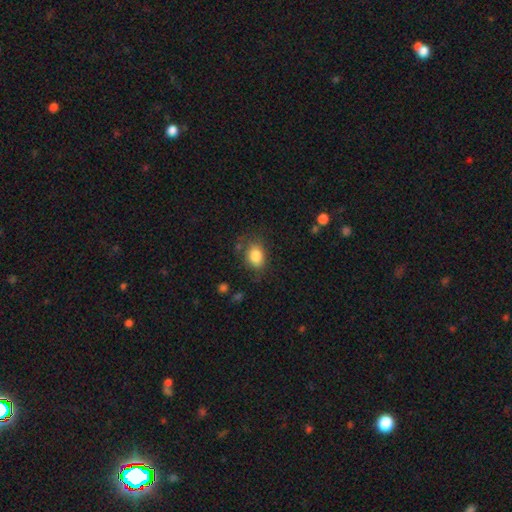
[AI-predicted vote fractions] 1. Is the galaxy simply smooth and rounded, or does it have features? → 84% smooth, 9% star or artifact, 8% featured or disk.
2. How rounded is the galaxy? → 66% in between, 33% round, 1% cigar-shaped.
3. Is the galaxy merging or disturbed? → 73% none, 18% minor disturbance, 6% major disturbance, 3% merger.